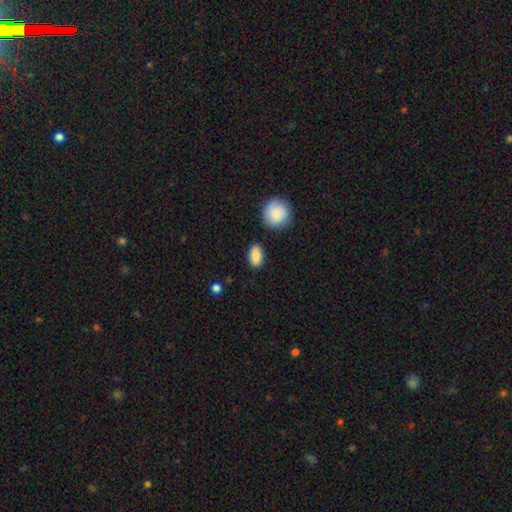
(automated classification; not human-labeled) Smooth or featured: smooth — 89% (star or artifact — 7%)
How rounded: in between — 88% (round — 7%)
Merging: none — 84% (minor disturbance — 10%)